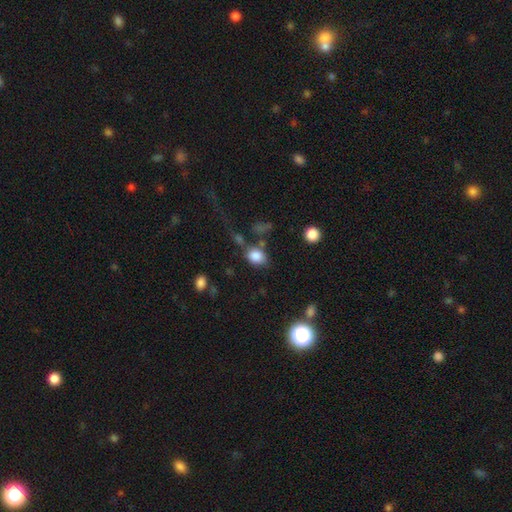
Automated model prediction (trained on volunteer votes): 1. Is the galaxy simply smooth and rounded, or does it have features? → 84% smooth, 10% star or artifact, 6% featured or disk.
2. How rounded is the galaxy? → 65% in between, 34% round, 1% cigar-shaped.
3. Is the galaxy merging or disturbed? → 61% none, 16% minor disturbance, 14% merger, 9% major disturbance.